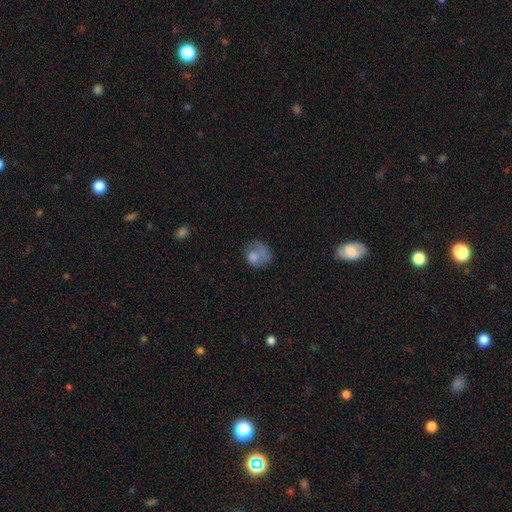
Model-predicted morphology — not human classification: This appears to be a smooth galaxy with no disk features (68%) that is round (67%). Merging: none (37%).